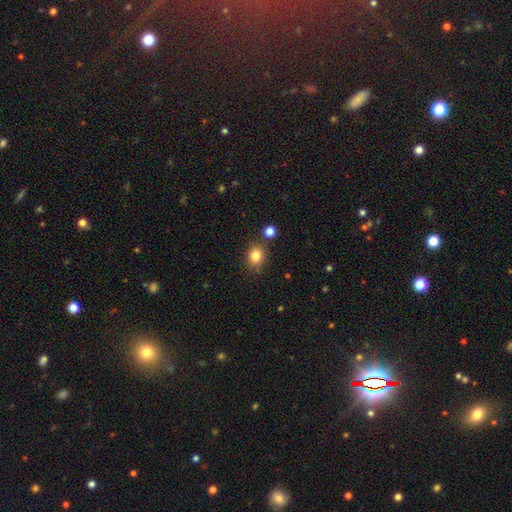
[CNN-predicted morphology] A smooth galaxy with no disk features (82%) that is round (59%). Merging: none (77%).